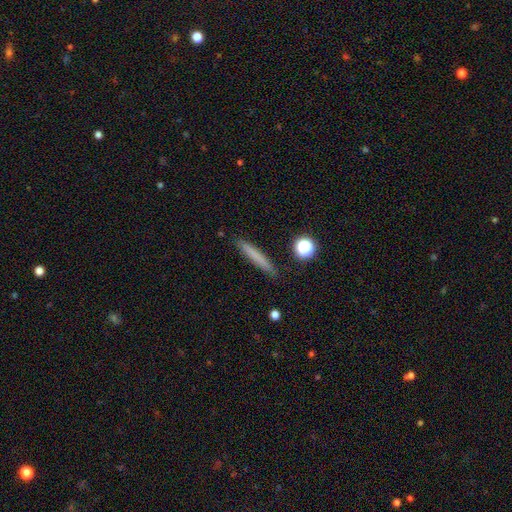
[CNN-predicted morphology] smooth 72%, featured or disk 20%, star or artifact 8%. Down the decision tree: how rounded — cigar-shaped (95%); merging — none (89%).